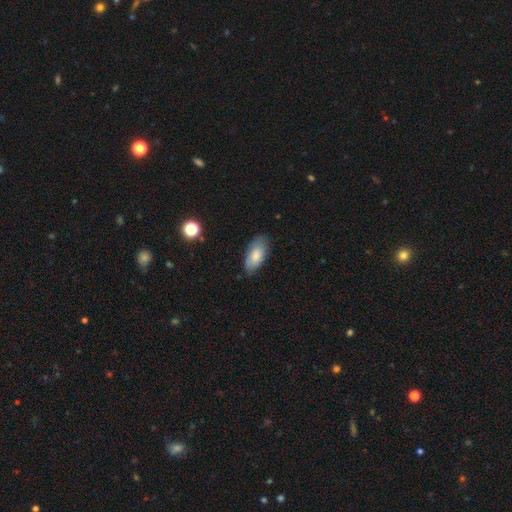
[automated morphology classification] A smooth galaxy with no disk features (76%) that is in between round and cigar-shaped (92%). Merging: none (77%).